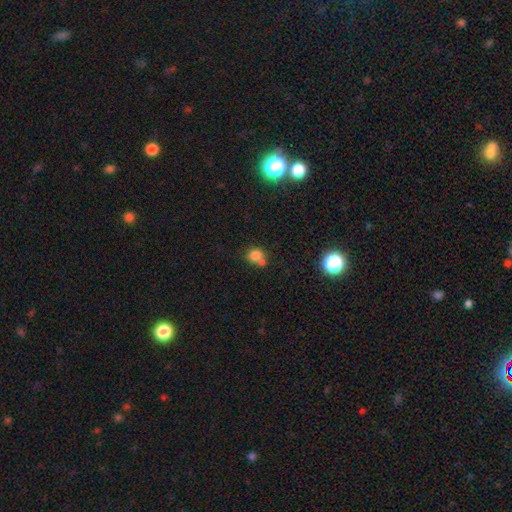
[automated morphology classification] Overall: smooth (78%). How rounded: round (78%). Merging: none (47%; merger 38%).